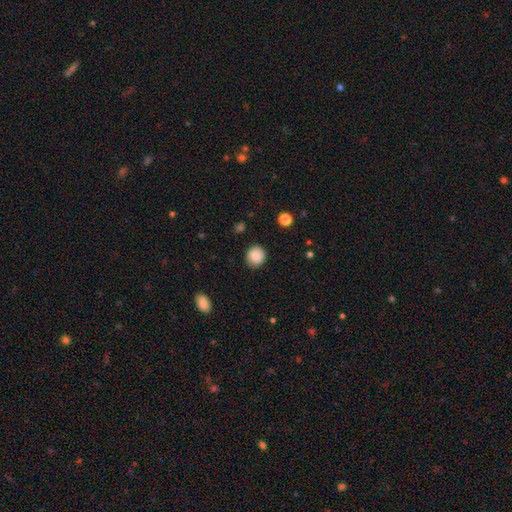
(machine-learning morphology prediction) Smooth or featured?
  - smooth: 86% *
  - star or artifact: 9%
  - featured or disk: 5%
How rounded?
  - round: 87% *
  - in between: 12%
  - cigar-shaped: 1%
Merging?
  - none: 89% *
  - minor disturbance: 8%
  - major disturbance: 2%
  - merger: 1%